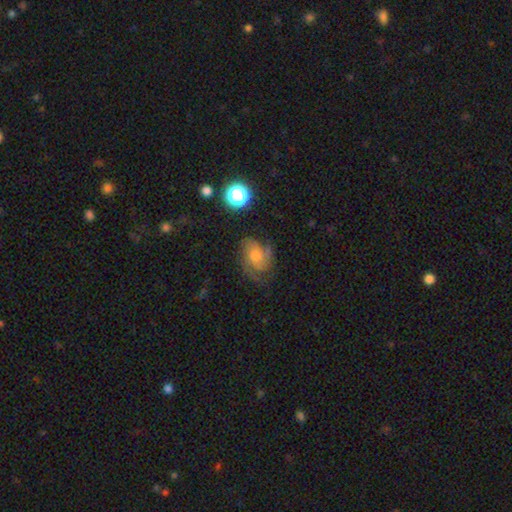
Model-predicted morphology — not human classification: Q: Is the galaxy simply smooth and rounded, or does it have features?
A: featured or disk — 66%.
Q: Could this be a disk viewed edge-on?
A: no — 97%.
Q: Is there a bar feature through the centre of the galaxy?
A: no — 74%.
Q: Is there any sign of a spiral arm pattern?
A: yes — 92%.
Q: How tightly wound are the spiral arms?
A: medium — 45%.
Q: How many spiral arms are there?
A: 3 — 32%.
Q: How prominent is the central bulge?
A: moderate — 49%.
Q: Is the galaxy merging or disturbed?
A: none — 59%.